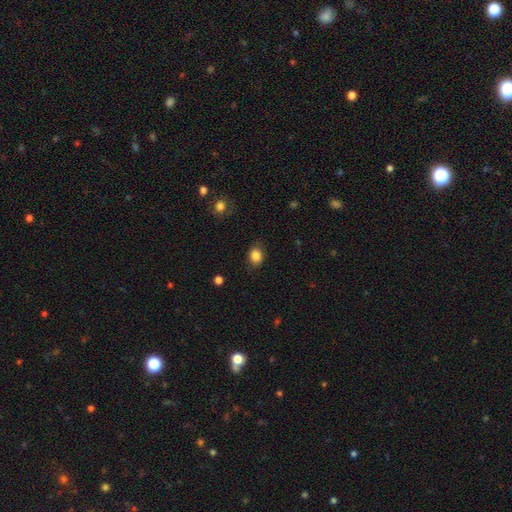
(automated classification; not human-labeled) A smooth galaxy with no disk features (85%) that is in between round and cigar-shaped (53%).

Vote fractions:
- Smooth or featured? smooth: 85% / star or artifact: 10% / featured or disk: 5%
- How rounded? in between: 53% / round: 46% / cigar-shaped: 1%
- Merging? none: 80% / minor disturbance: 15% / major disturbance: 4% / merger: 1%